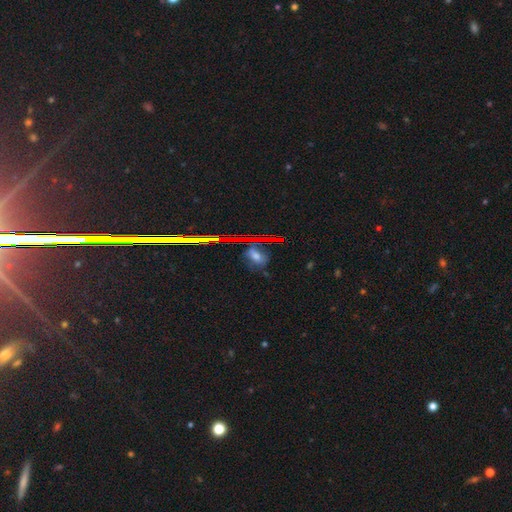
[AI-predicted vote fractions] Smooth or featured? Predicted: smooth (p=0.48). Merging? Predicted: none (p=0.62).